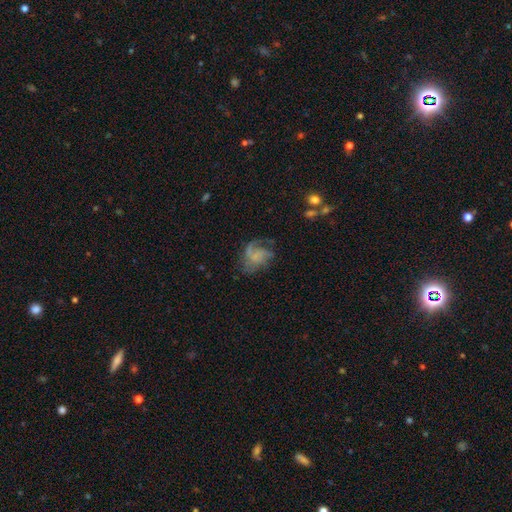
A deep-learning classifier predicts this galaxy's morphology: The model was most divided on "merging": none: 43%, major disturbance: 34%, minor disturbance: 21%, merger: 3%. More confident: edge-on disk — no (98%); spiral arms — yes (78%); bar — no (76%); bulge size — none (60%); smooth or featured — featured or disk (60%).